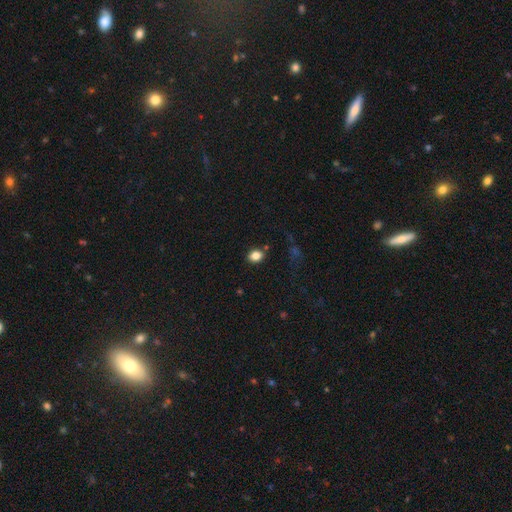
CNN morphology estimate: A smooth galaxy with no disk features (83%) that is in between round and cigar-shaped (55%).

Vote fractions:
- Smooth or featured? smooth: 83% / star or artifact: 11% / featured or disk: 6%
- How rounded? in between: 55% / round: 43% / cigar-shaped: 1%
- Merging? none: 83% / minor disturbance: 11% / merger: 3% / major disturbance: 3%